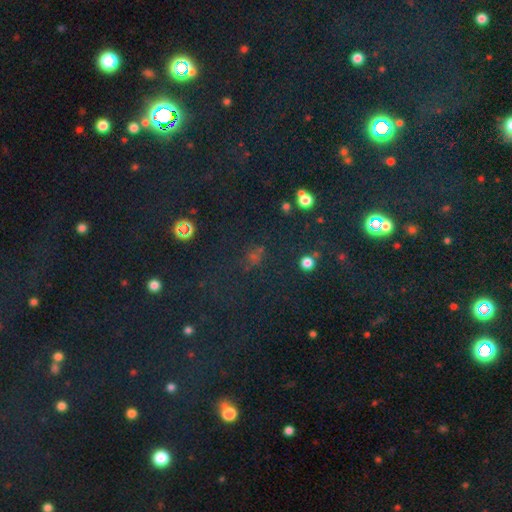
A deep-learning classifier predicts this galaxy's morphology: Overall: star or artifact (55%; smooth 35%).